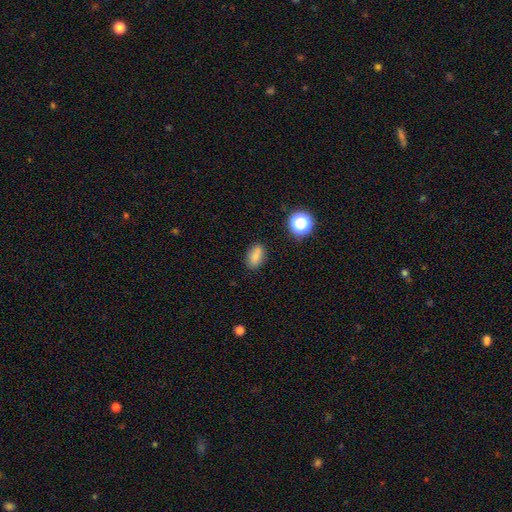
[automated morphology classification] Overall: smooth (82%). How rounded: in between (85%). Merging: none (83%).